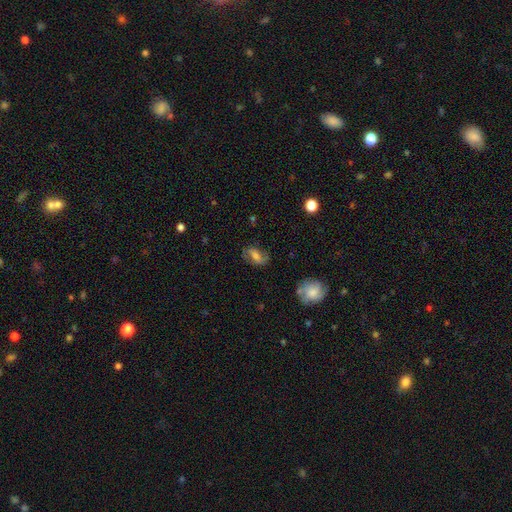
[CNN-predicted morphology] Smooth or featured? Predicted: smooth (p=0.48). Merging? Predicted: none (p=0.72).